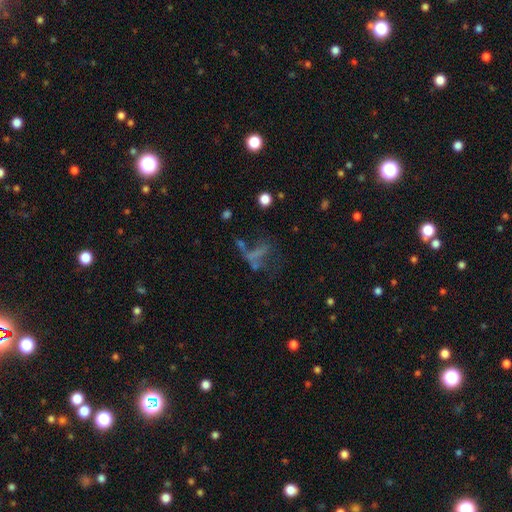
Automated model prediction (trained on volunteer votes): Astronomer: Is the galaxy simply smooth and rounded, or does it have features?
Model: smooth — 39% (runner-up: featured or disk, 35%).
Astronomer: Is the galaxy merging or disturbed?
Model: major disturbance — 38% (runner-up: none, 30%).